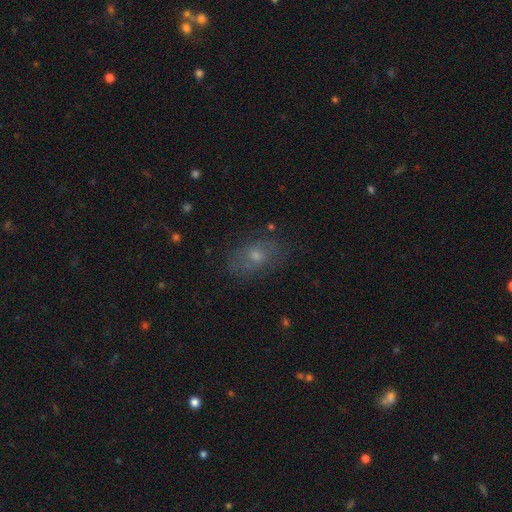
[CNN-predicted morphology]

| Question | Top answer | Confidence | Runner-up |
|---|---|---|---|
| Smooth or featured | smooth | 54% | featured or disk (31%) |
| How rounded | in between | 79% | round (18%) |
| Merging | none | 72% | minor disturbance (18%) |